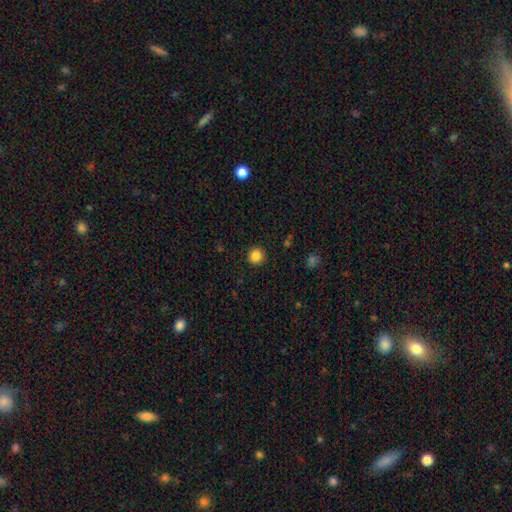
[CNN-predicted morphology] Smooth or featured? smooth (84%)
How rounded? round (93%)
Merging? none (92%)